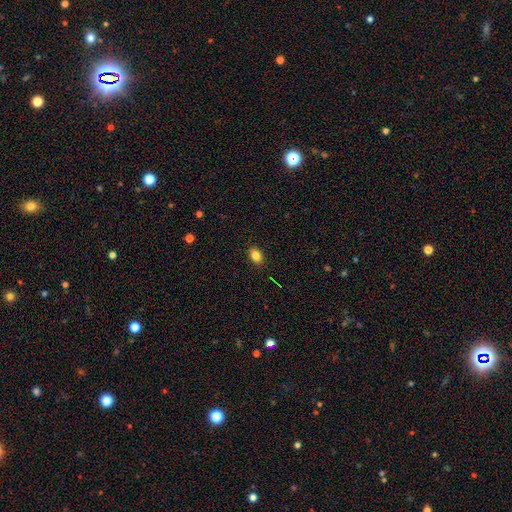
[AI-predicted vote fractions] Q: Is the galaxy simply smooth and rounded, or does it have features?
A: smooth — 84%.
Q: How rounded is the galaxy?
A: in between — 78%.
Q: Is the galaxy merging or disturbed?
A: none — 89%.